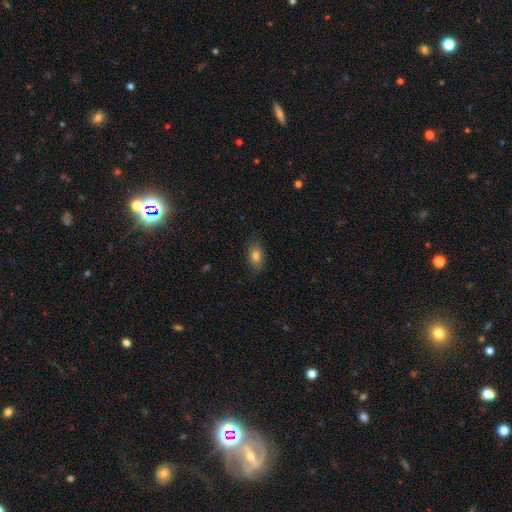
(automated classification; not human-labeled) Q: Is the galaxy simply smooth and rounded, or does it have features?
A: smooth — 82%.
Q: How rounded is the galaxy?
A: in between — 88%.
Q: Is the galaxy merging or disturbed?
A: none — 83%.